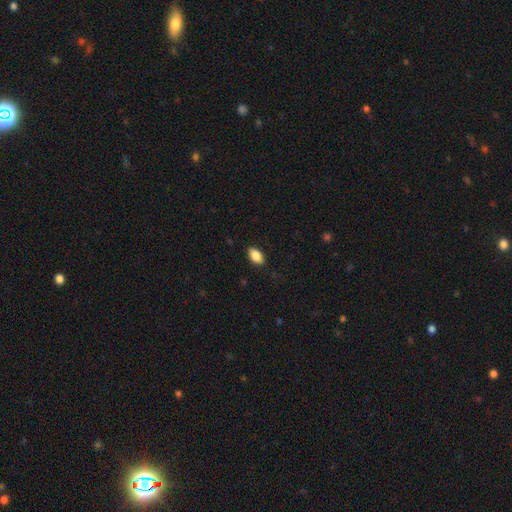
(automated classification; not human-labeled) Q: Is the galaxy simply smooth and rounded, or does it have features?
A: smooth — 87%.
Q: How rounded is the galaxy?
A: in between — 92%.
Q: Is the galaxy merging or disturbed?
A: none — 88%.